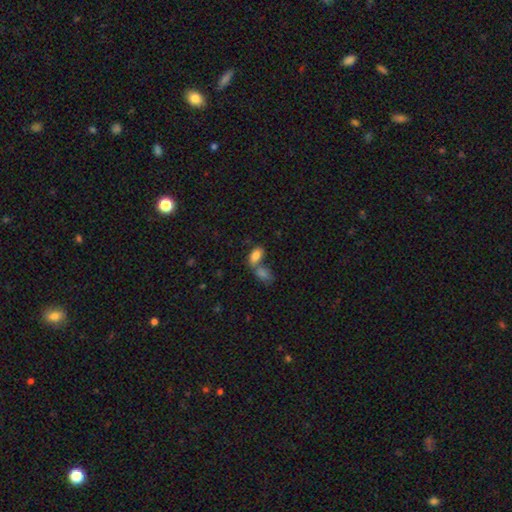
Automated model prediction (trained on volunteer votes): Overall: smooth (83%). How rounded: in between (92%). Merging: merger (49%; none 38%).